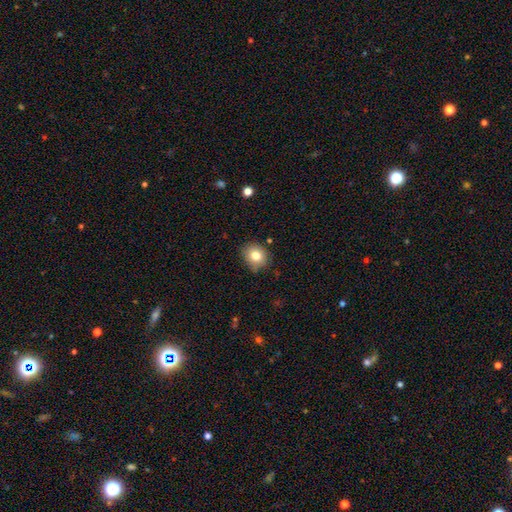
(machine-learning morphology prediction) Smooth or featured?
  - smooth: 80% *
  - star or artifact: 11%
  - featured or disk: 9%
How rounded?
  - round: 74% *
  - in between: 25%
  - cigar-shaped: 1%
Merging?
  - none: 80% *
  - minor disturbance: 15%
  - major disturbance: 3%
  - merger: 2%